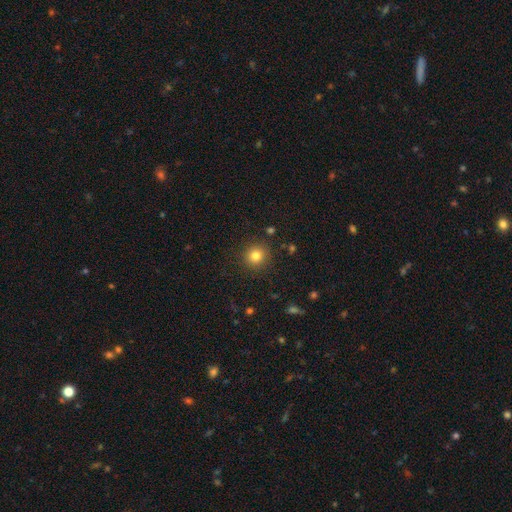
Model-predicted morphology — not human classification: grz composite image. It shows a smooth galaxy with no disk features (81%) that is round (91%). Merging: none (89%).